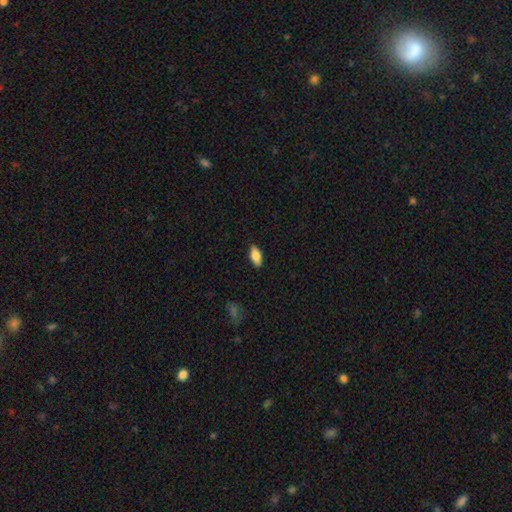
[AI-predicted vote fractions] Smooth or featured: smooth — 82% (featured or disk — 11%)
How rounded: in between — 86% (cigar-shaped — 11%)
Merging: none — 87% (minor disturbance — 10%)